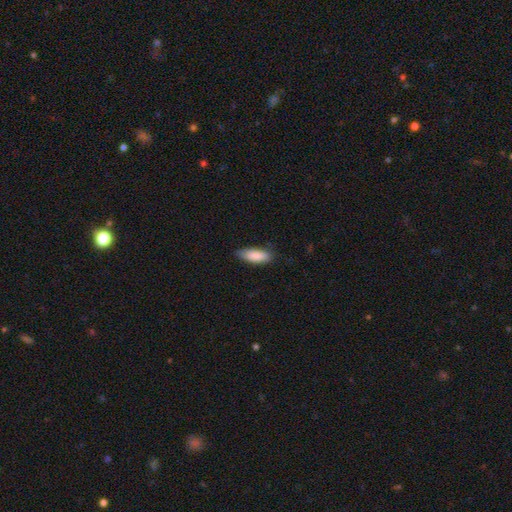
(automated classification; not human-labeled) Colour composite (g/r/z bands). It shows a smooth galaxy with no disk features (86%) that is in between round and cigar-shaped (70%). Merging: none (77%).